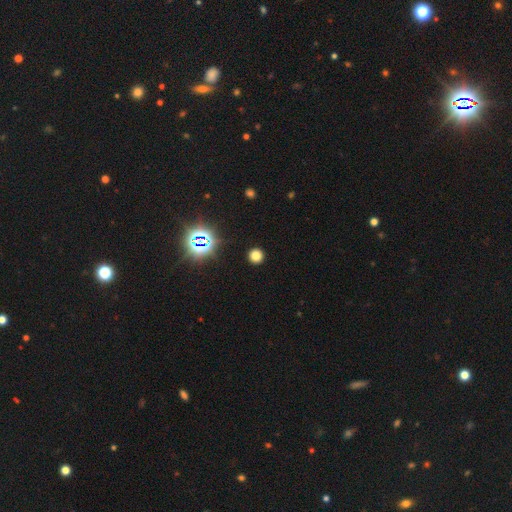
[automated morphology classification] type=smooth (74%); roundness=round (94%); merging=none (92%).